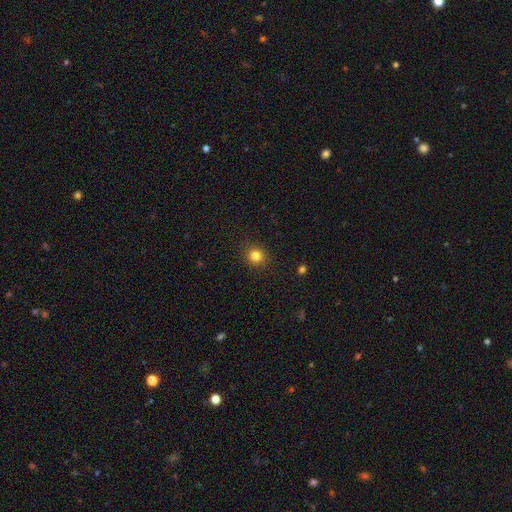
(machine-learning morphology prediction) The model was most divided on "smooth or featured": smooth: 82%, star or artifact: 13%, featured or disk: 5%. More confident: merging — none (89%); how rounded — round (87%).